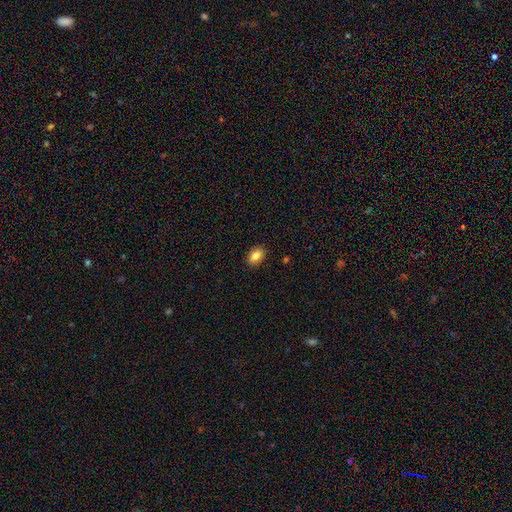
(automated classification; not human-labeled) Smooth or featured? Predicted: smooth (p=0.85). How rounded? Predicted: in between (p=0.82). Merging? Predicted: none (p=0.90).